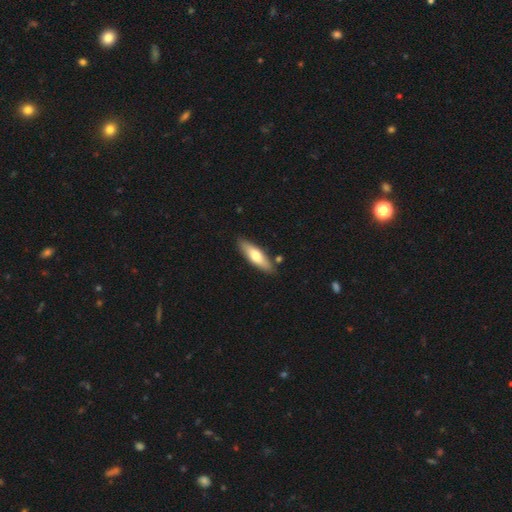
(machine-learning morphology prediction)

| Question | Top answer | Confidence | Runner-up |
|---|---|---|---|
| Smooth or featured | smooth | 65% | featured or disk (29%) |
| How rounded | cigar-shaped | 53% | in between (45%) |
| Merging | none | 84% | minor disturbance (10%) |